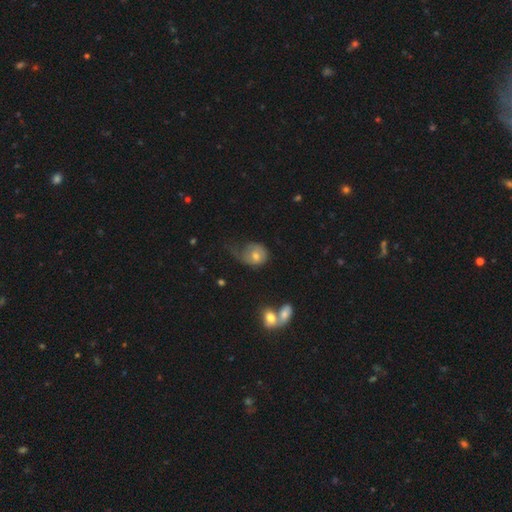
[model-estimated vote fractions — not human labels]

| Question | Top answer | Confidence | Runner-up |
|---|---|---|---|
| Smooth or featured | smooth | 54% | featured or disk (38%) |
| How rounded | round | 56% | in between (43%) |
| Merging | major disturbance | 39% | minor disturbance (29%) |